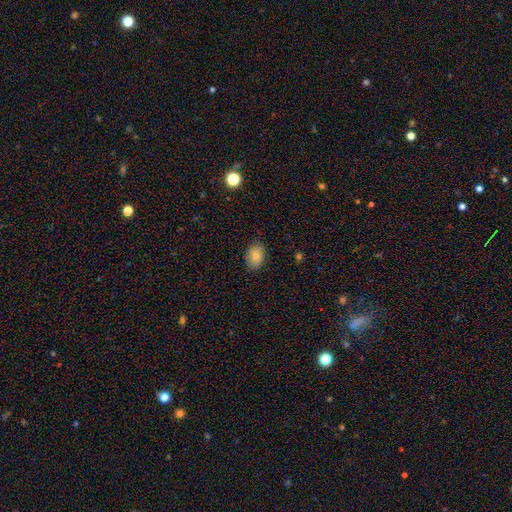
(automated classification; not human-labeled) The model was most divided on "how rounded": in between: 86%, round: 13%, cigar-shaped: 1%. More confident: merging — none (85%); smooth or featured — smooth (85%).